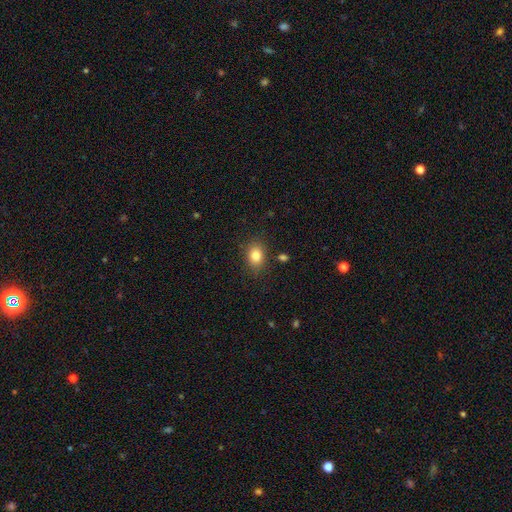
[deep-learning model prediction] This is clearly a smooth galaxy (82%). How rounded: likely in between (62%). Merging: clearly none (83%).